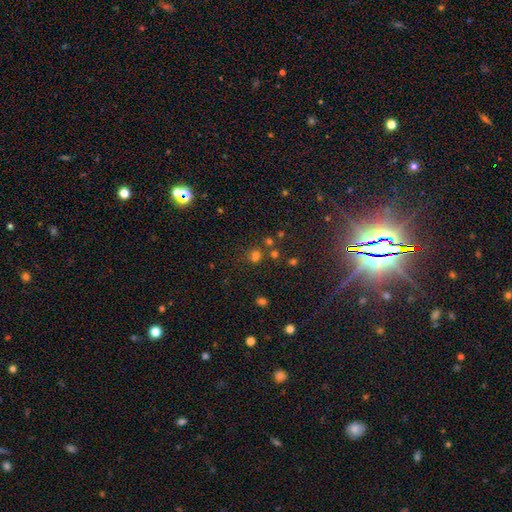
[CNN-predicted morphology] This appears to be a smooth galaxy with no disk features (62%) that is round (81%). Merging: none (63%).